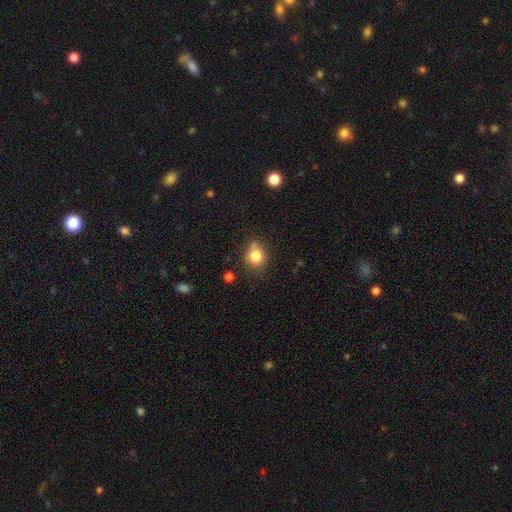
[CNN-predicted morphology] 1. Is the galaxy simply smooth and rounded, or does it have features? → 81% smooth, 11% star or artifact, 8% featured or disk.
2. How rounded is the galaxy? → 72% round, 27% in between, 1% cigar-shaped.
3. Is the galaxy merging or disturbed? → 67% none, 21% minor disturbance, 7% merger, 5% major disturbance.